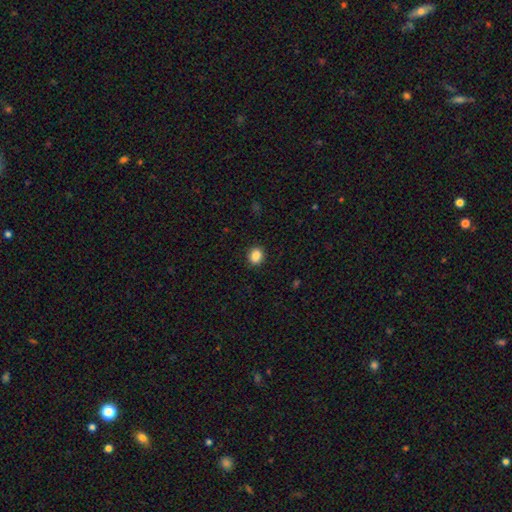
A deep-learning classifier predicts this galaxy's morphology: type=smooth (88%); roundness=round (63%); merging=none (91%).